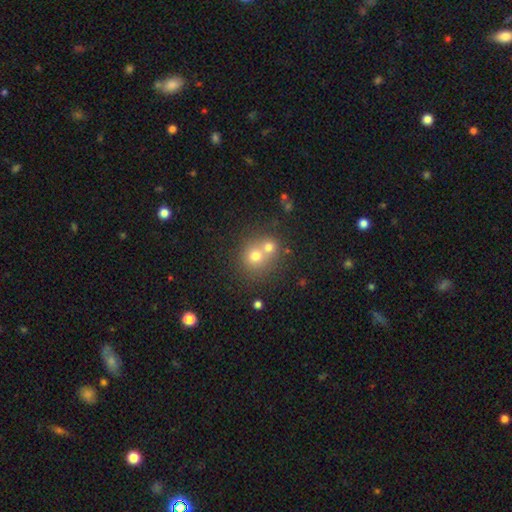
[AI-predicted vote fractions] Smooth or featured: smooth — 69% (featured or disk — 17%)
How rounded: round — 83% (in between — 16%)
Merging: merger — 52% (none — 39%)